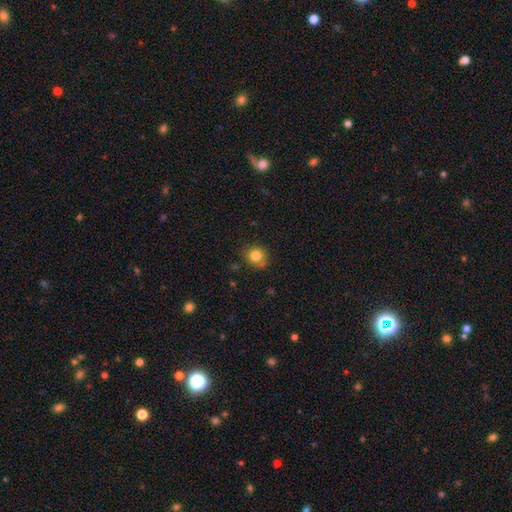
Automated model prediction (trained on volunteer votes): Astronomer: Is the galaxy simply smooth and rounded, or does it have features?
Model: smooth — 82%.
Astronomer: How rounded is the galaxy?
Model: round — 83%.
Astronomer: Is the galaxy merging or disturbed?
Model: none — 73%.